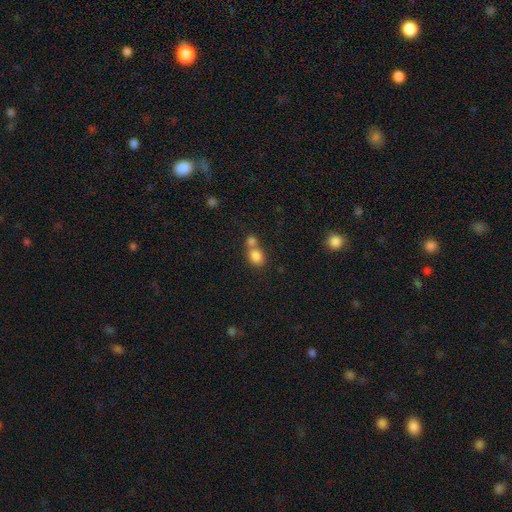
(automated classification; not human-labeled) A smooth galaxy with no disk features (82%) that is in between round and cigar-shaped (52%).

Vote fractions:
- Smooth or featured? smooth: 82% / star or artifact: 10% / featured or disk: 8%
- How rounded? in between: 52% / round: 46% / cigar-shaped: 1%
- Merging? merger: 54% / none: 36% / minor disturbance: 8% / major disturbance: 3%